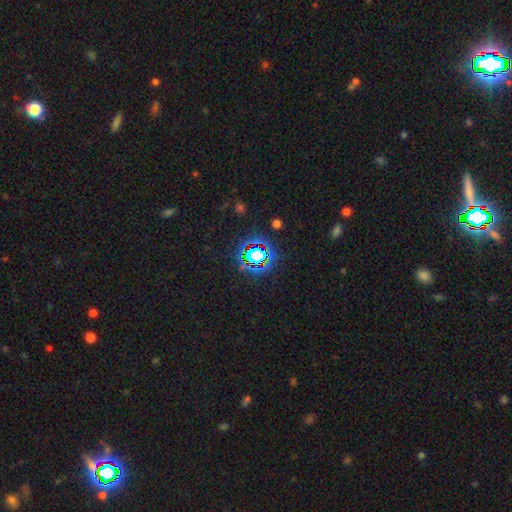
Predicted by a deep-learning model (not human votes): A star or artifact, not a galaxy (71%).

Vote fractions:
- Smooth or featured? star or artifact: 71% / smooth: 18% / featured or disk: 12%